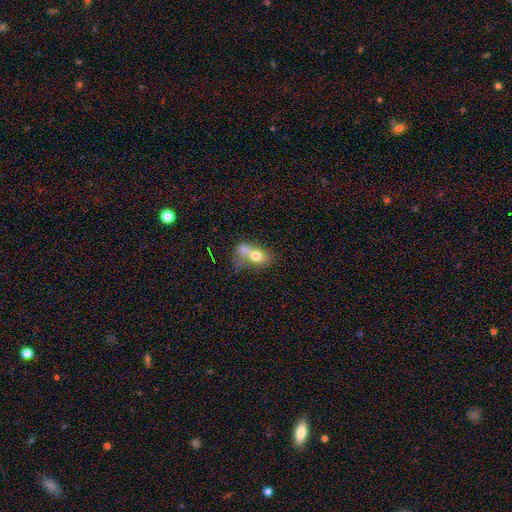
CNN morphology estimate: Smooth or featured? Predicted: smooth (p=0.70). How rounded? Predicted: in between (p=0.69). Merging? Predicted: merger (p=0.64).